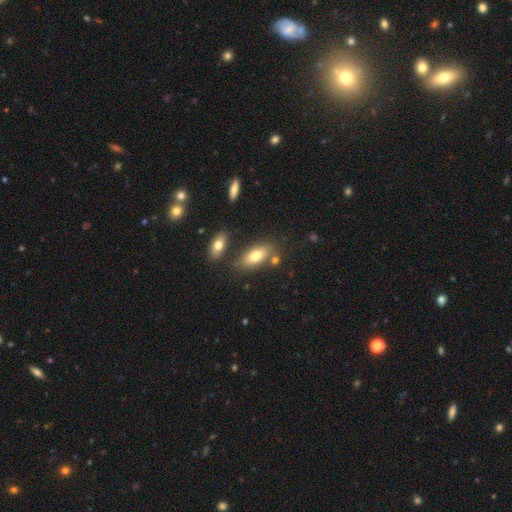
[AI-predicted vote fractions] A smooth galaxy with no disk features (74%) that is in between round and cigar-shaped (82%). Merging: none (69%).